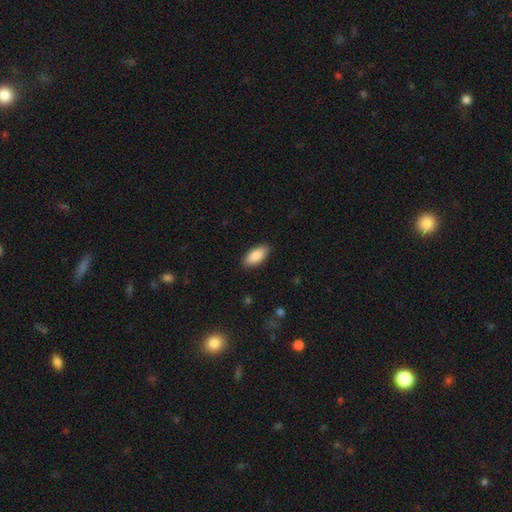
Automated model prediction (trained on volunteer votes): Overall: smooth (89%). How rounded: in between (90%). Merging: none (88%).